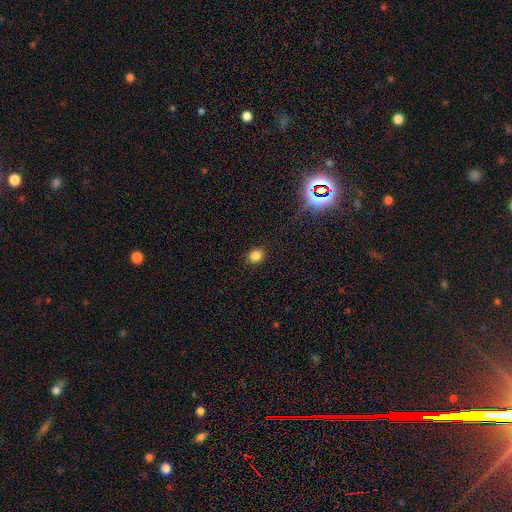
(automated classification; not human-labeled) smooth_or_featured: smooth (p=0.84) [alt: star or artifact p=0.12]
how_rounded: round (p=0.80) [alt: in between p=0.19]
merging: none (p=0.90) [alt: minor disturbance p=0.06]